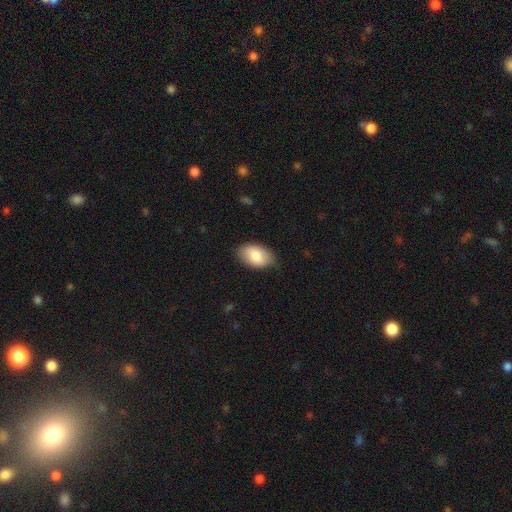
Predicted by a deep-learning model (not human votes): This is clearly a smooth galaxy (81%). How rounded: clearly in between (93%). Merging: clearly none (82%).